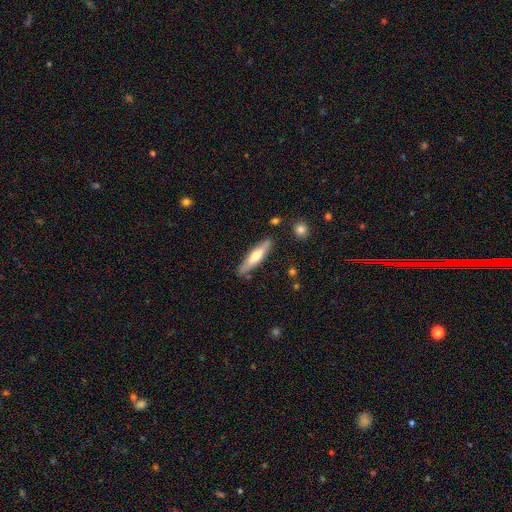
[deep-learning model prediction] This is possibly a smooth galaxy (49%). Merging: clearly none (82%).